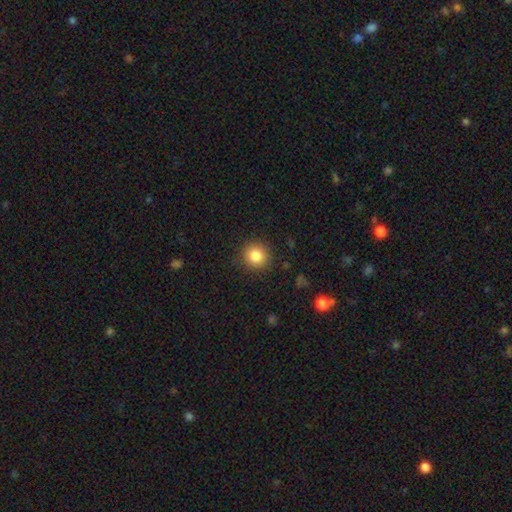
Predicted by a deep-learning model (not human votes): Q: Smooth or featured?
A: smooth (84%); runner-up: star or artifact (10%)
Q: How rounded?
A: round (91%); runner-up: in between (8%)
Q: Merging?
A: none (89%); runner-up: minor disturbance (7%)